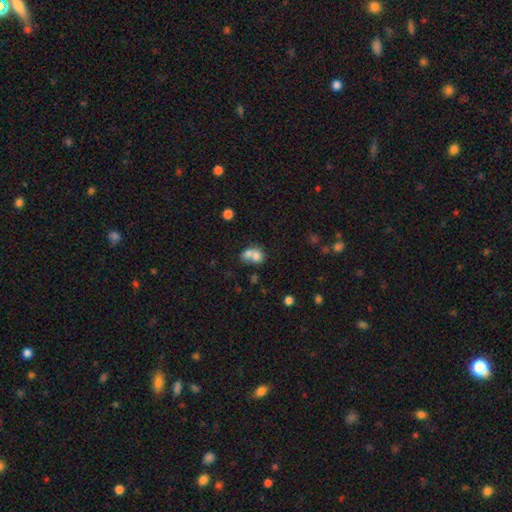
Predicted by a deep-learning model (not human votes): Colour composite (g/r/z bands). It shows a smooth galaxy with no disk features (71%) that is round (51%). Merging: merger (71%).